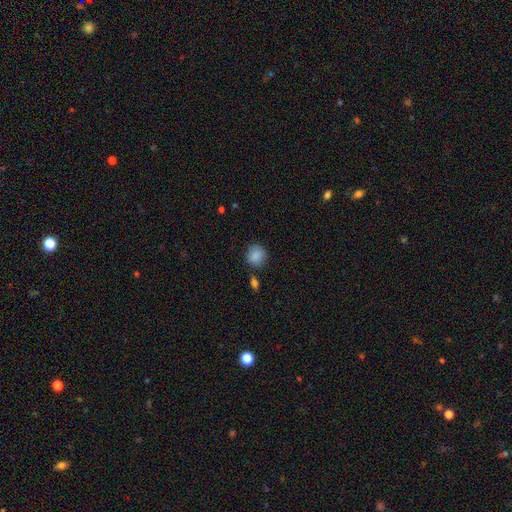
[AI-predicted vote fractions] Smooth or featured? smooth (87%)
How rounded? round (85%)
Merging? none (78%)